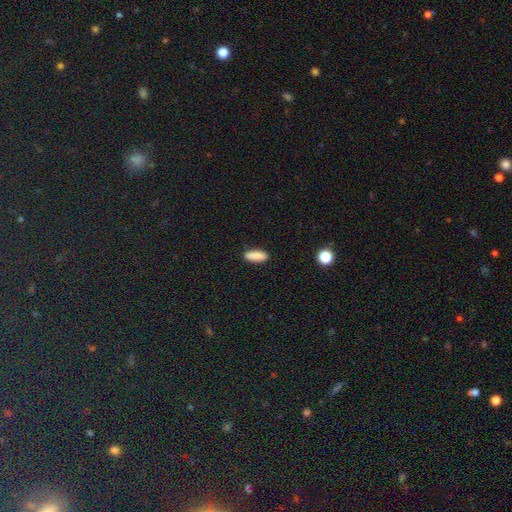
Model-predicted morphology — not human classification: type=smooth (87%); roundness=in between (60%); merging=none (87%).